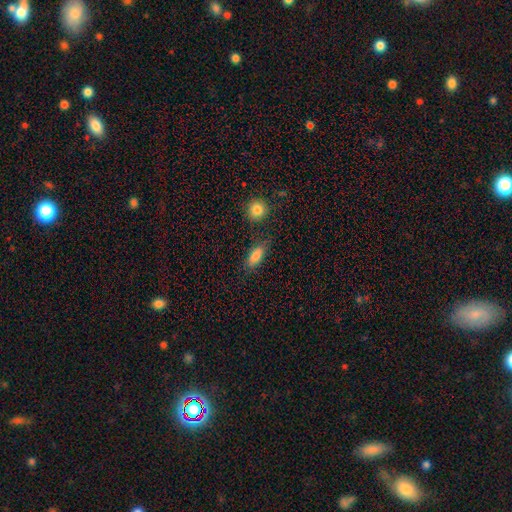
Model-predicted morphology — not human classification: smooth_or_featured: smooth (p=0.82) [alt: featured or disk p=0.10]
how_rounded: in between (p=0.79) [alt: cigar-shaped p=0.17]
merging: none (p=0.76) [alt: minor disturbance p=0.15]